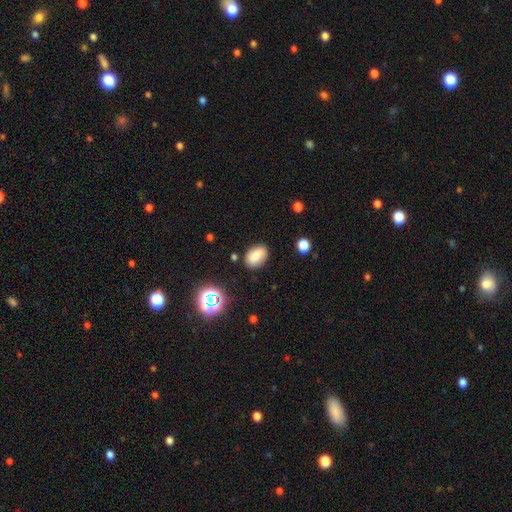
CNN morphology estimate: smooth 81%, star or artifact 12%, featured or disk 8%. Down the decision tree: how rounded — in between (84%); merging — none (78%).